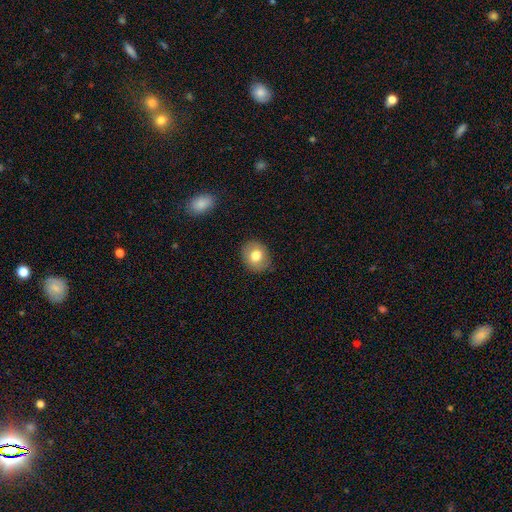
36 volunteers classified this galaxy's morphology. smooth_or_featured: smooth (p=0.81) [alt: featured or disk p=0.14]
how_rounded: round (p=0.76) [alt: in between p=0.24]
merging: none (p=0.82) [alt: minor disturbance p=0.15]